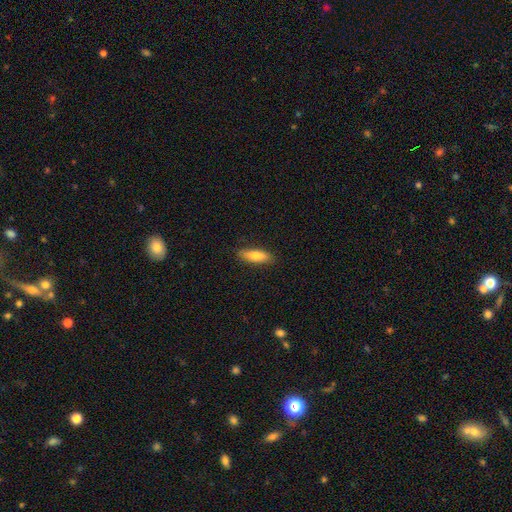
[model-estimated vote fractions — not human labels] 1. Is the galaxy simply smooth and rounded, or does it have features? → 74% smooth, 20% featured or disk, 6% star or artifact.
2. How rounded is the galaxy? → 52% cigar-shaped, 46% in between, 2% round.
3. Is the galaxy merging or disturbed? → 87% none, 10% minor disturbance, 2% major disturbance, 1% merger.